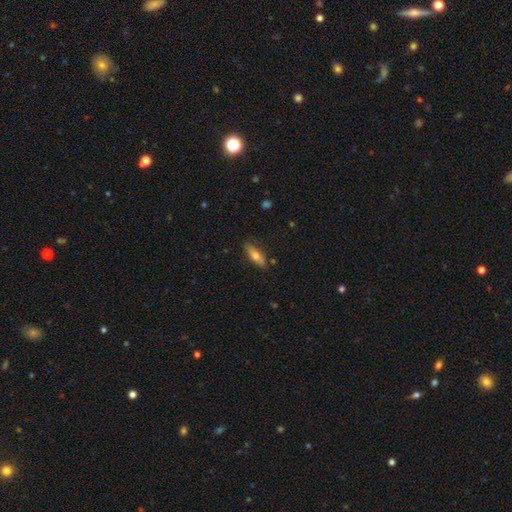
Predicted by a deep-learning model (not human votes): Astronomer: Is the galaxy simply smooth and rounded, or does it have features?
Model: smooth — 62%.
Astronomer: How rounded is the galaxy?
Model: in between — 53% (runner-up: cigar-shaped, 44%).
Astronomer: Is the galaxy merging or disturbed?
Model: none — 81%.